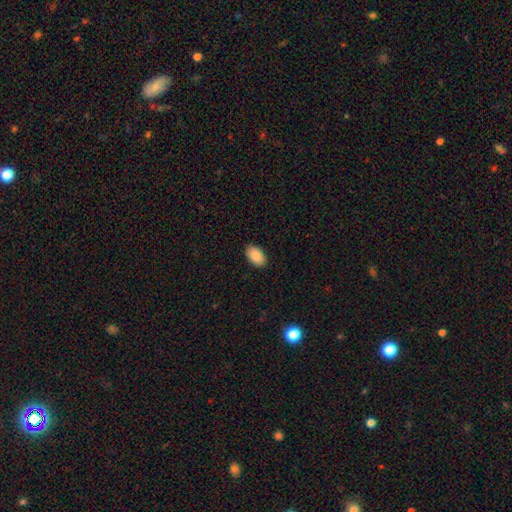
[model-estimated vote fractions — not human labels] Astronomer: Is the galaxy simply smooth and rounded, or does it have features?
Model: smooth — 90%.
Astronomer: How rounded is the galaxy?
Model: in between — 93%.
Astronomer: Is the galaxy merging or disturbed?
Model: none — 89%.